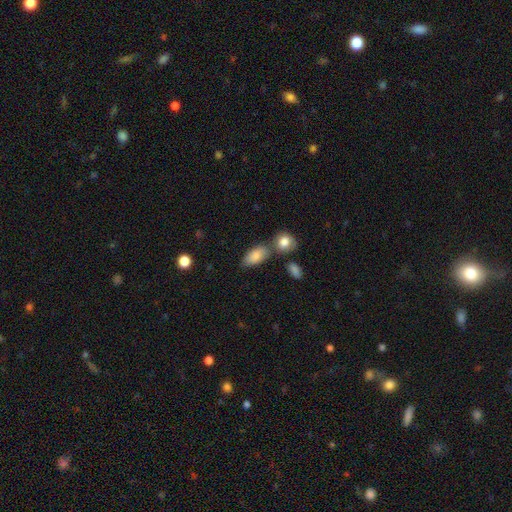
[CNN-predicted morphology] This appears to be a smooth galaxy with no disk features (82%) that is in between round and cigar-shaped (89%). Merging: none (57%).